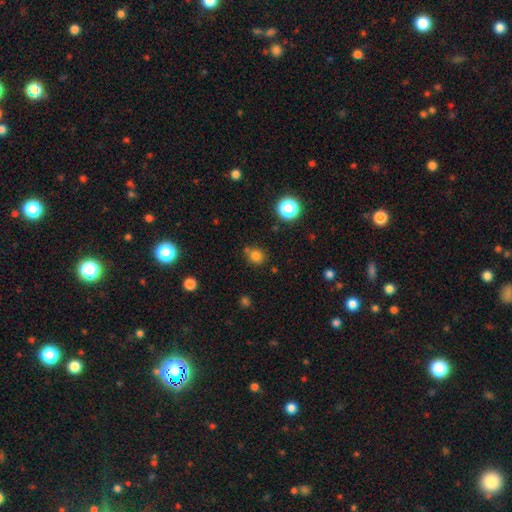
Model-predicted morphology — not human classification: smooth 78%, star or artifact 17%, featured or disk 6%. Down the decision tree: how rounded — round (79%); merging — none (70%).